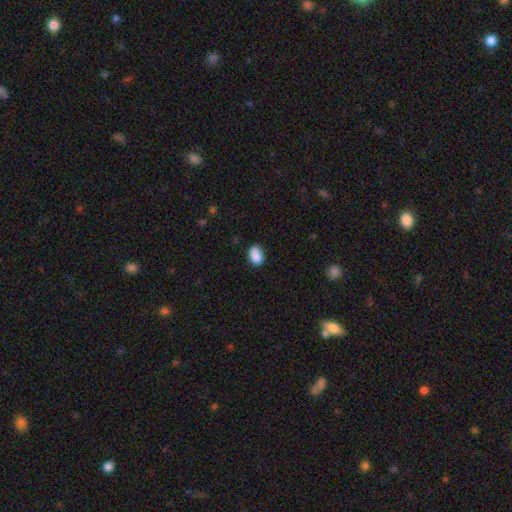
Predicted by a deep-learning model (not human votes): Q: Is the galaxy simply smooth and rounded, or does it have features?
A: smooth — 88%.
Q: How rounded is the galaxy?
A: in between — 80%.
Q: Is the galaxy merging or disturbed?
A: none — 74%.